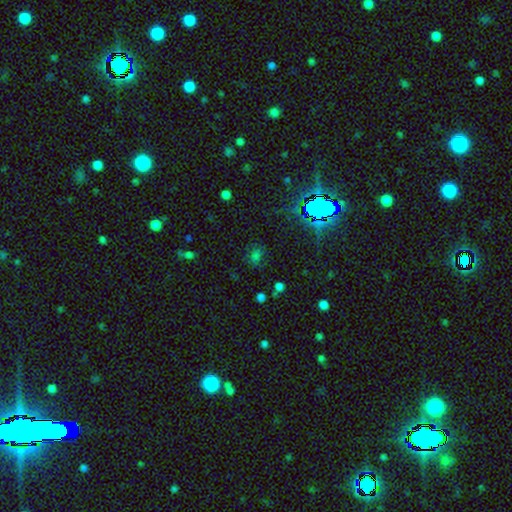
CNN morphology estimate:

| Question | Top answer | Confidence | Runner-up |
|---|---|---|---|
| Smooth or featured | smooth | 46% | star or artifact (45%) |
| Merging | none | 74% | minor disturbance (15%) |